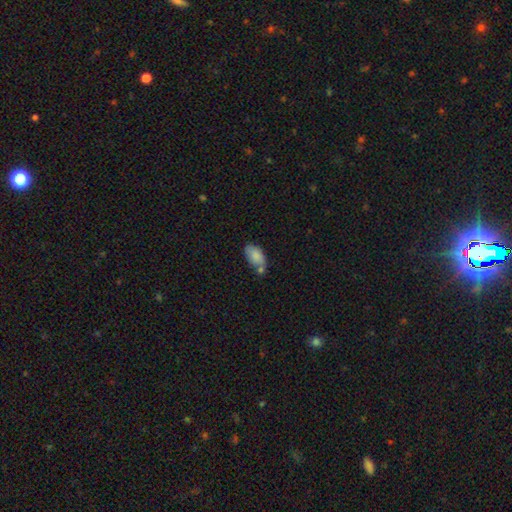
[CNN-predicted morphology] Smooth or featured?
  - smooth: 83% *
  - featured or disk: 9%
  - star or artifact: 7%
How rounded?
  - in between: 93% *
  - round: 5%
  - cigar-shaped: 3%
Merging?
  - none: 49% *
  - merger: 23%
  - minor disturbance: 23%
  - major disturbance: 6%